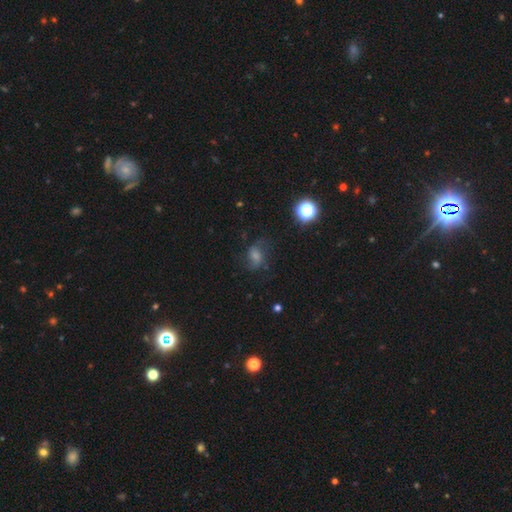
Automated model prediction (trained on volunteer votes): A smooth galaxy with no disk features (47%). Merging: none (56%).